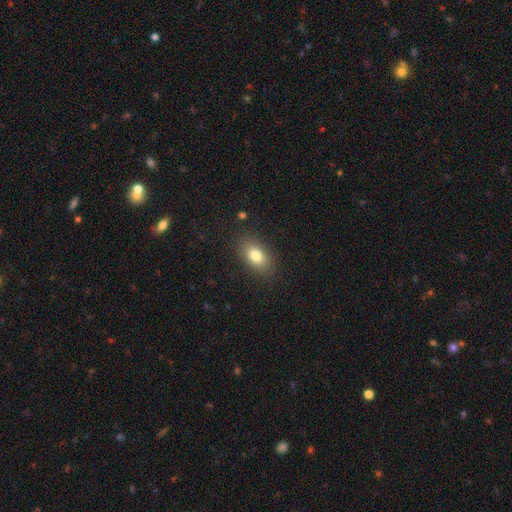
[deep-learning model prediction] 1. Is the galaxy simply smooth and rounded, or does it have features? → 80% smooth, 11% featured or disk, 9% star or artifact.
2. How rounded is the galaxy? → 87% in between, 10% round, 3% cigar-shaped.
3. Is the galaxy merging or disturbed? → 86% none, 10% minor disturbance, 3% major disturbance, 1% merger.